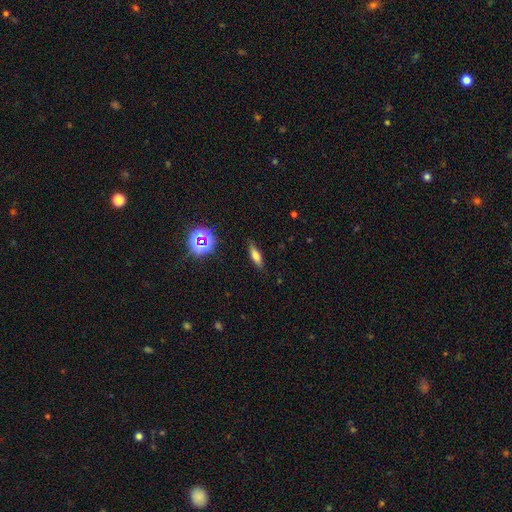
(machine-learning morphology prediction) Smooth or featured? smooth (63%)
How rounded? cigar-shaped (49%)
Merging? none (84%)